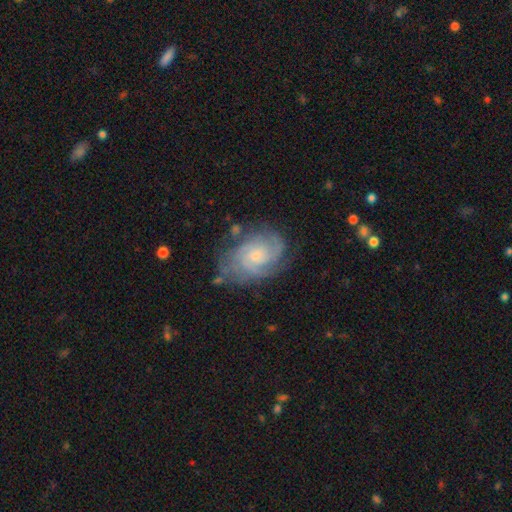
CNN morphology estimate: A featured or disk galaxy (82%) with no bar (70%), 2 (29%) tight (60%) spiral arms (96%) and a small central bulge (61%).

Vote fractions:
- Smooth or featured? featured or disk: 82% / smooth: 11% / star or artifact: 6%
- Edge-on disk? no: 97% / yes: 3%
- Bar? no: 70% / weak: 26% / strong: 3%
- Spiral arms? yes: 96% / no: 4%
- Spiral winding? tight: 60% / medium: 33% / loose: 7%
- Spiral arm count? 2: 29% / can't tell: 26% / 3: 25% / 4: 9% / 1: 5% / more than 4: 5%
- Bulge size? small: 61% / moderate: 29% / none: 6% / large: 3% / dominant: 1%
- Merging? none: 70% / minor disturbance: 20% / major disturbance: 8% / merger: 2%